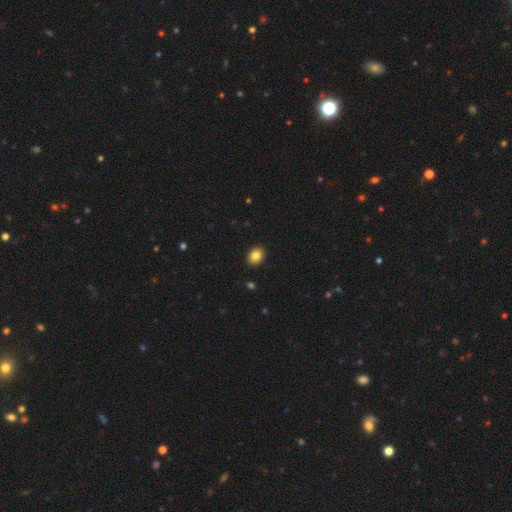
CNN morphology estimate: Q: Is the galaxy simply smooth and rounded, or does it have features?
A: smooth — 84%.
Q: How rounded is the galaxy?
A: in between — 57%.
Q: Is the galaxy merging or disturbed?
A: none — 91%.